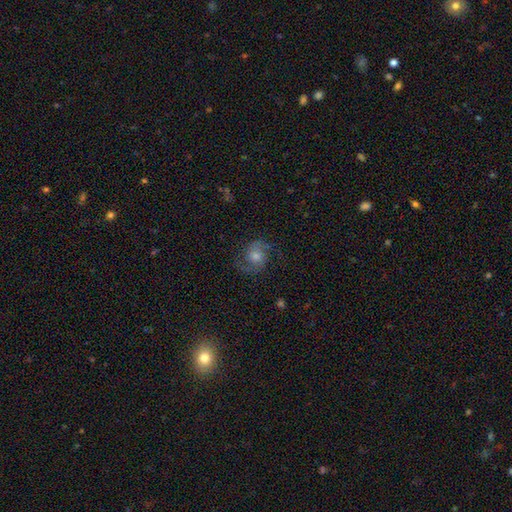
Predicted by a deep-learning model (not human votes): A featured or disk galaxy (75%) with no bar (62%), 2 (90%) medium (55%) spiral arms (96%) and a moderate central bulge (54%). Merging: none (77%).